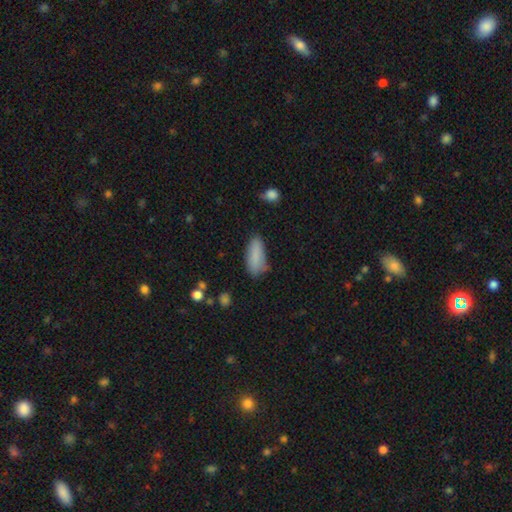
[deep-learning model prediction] Smooth or featured?
  - smooth: 86% *
  - star or artifact: 8%
  - featured or disk: 7%
How rounded?
  - in between: 78% *
  - cigar-shaped: 20%
  - round: 2%
Merging?
  - none: 68% *
  - minor disturbance: 24%
  - major disturbance: 6%
  - merger: 3%